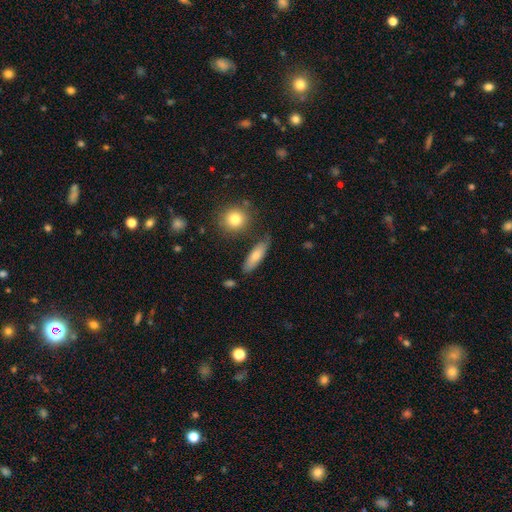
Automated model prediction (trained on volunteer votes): A smooth galaxy with no disk features (74%) that is in between round and cigar-shaped (50%).

Vote fractions:
- Smooth or featured? smooth: 74% / featured or disk: 19% / star or artifact: 7%
- How rounded? in between: 50% / cigar-shaped: 47% / round: 4%
- Merging? none: 75% / minor disturbance: 16% / merger: 5% / major disturbance: 4%